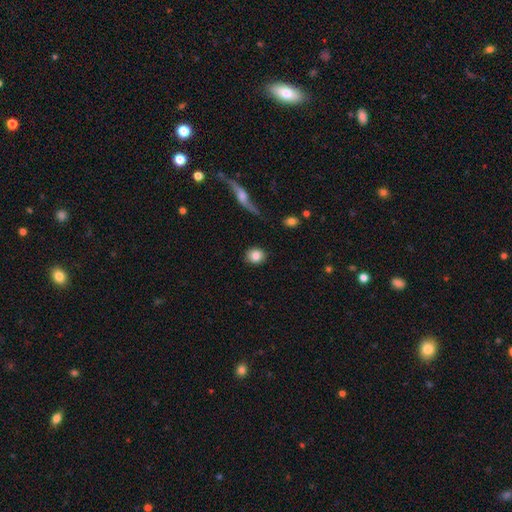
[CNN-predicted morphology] smooth_or_featured: smooth (p=0.83) [alt: featured or disk p=0.09]
how_rounded: round (p=0.76) [alt: in between p=0.22]
merging: none (p=0.86) [alt: minor disturbance p=0.09]